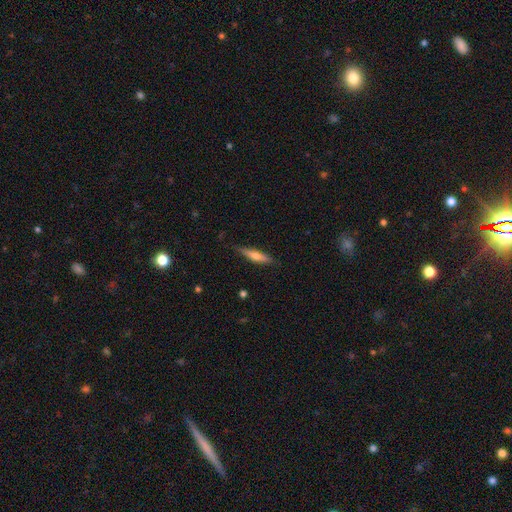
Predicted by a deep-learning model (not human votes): smooth_or_featured: smooth (p=0.59) [alt: featured or disk p=0.35]
how_rounded: cigar-shaped (p=0.81) [alt: in between p=0.17]
merging: none (p=0.80) [alt: minor disturbance p=0.16]